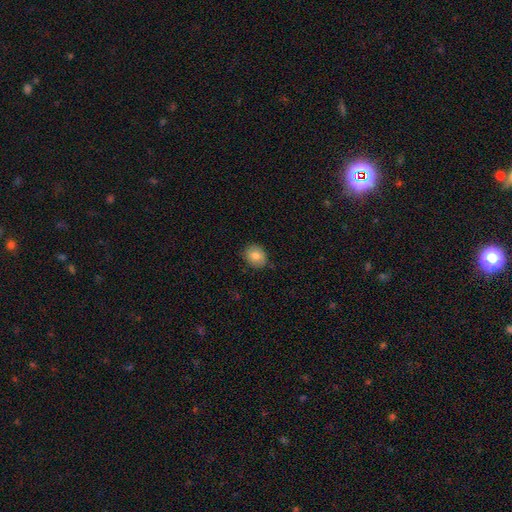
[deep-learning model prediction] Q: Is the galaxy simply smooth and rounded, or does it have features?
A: smooth — 82%.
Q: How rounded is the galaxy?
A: round — 60%.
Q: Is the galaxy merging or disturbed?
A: none — 84%.